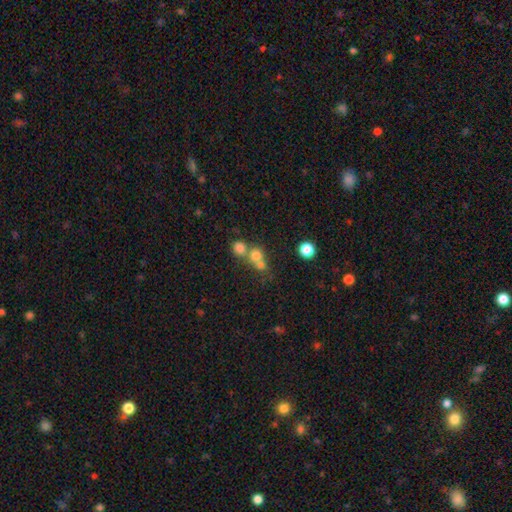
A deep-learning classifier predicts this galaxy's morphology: A smooth galaxy with no disk features (71%) that is round (86%).

Vote fractions:
- Smooth or featured? smooth: 71% / star or artifact: 16% / featured or disk: 13%
- How rounded? round: 86% / in between: 13% / cigar-shaped: 1%
- Merging? merger: 53% / none: 38% / minor disturbance: 5% / major disturbance: 4%